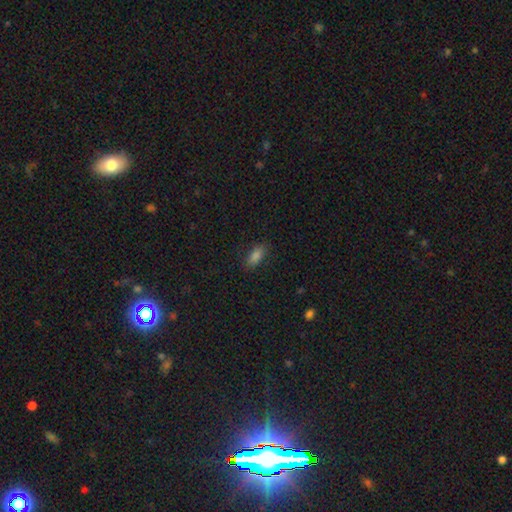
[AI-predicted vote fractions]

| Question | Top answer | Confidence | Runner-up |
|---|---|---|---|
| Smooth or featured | smooth | 82% | star or artifact (12%) |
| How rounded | in between | 85% | cigar-shaped (11%) |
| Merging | none | 84% | minor disturbance (12%) |